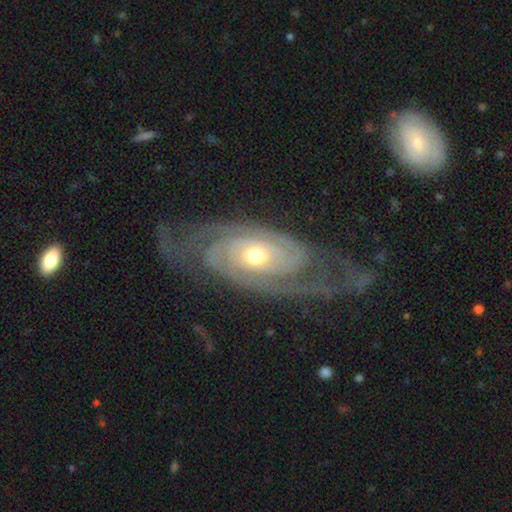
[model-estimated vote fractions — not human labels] Smooth or featured? Predicted: featured or disk (p=0.89). Edge-on disk? Predicted: no (p=0.94). Bar? Predicted: no (p=0.75). Spiral arms? Predicted: yes (p=0.96). Spiral winding? Predicted: tight (p=0.69). Spiral arm count? Predicted: 2 (p=0.60). Bulge size? Predicted: moderate (p=0.66). Merging? Predicted: none (p=0.69).